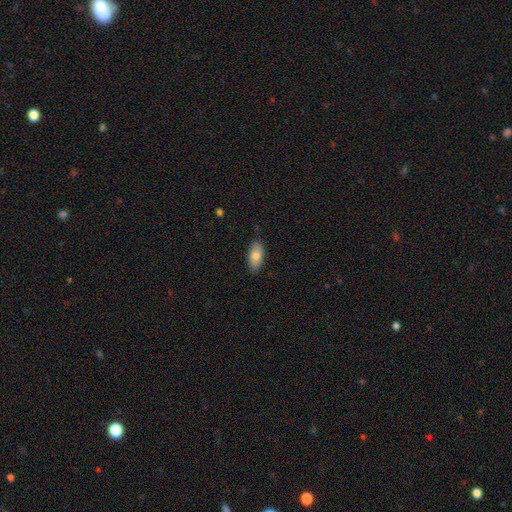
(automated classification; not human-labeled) A smooth galaxy with no disk features (78%) that is in between round and cigar-shaped (88%). Merging: none (83%).